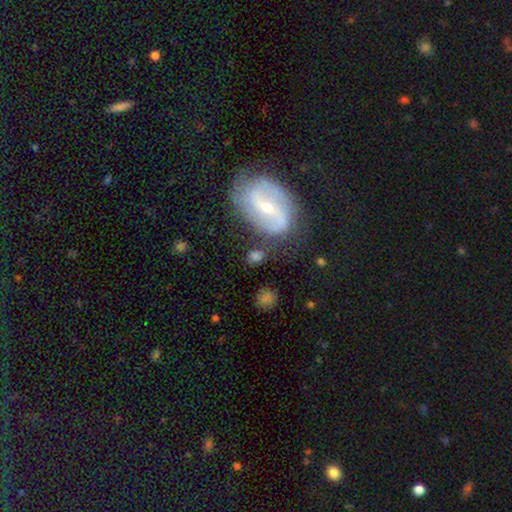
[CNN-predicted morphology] Smooth or featured? smooth (51%)
How rounded? in between (65%)
Merging? none (65%)